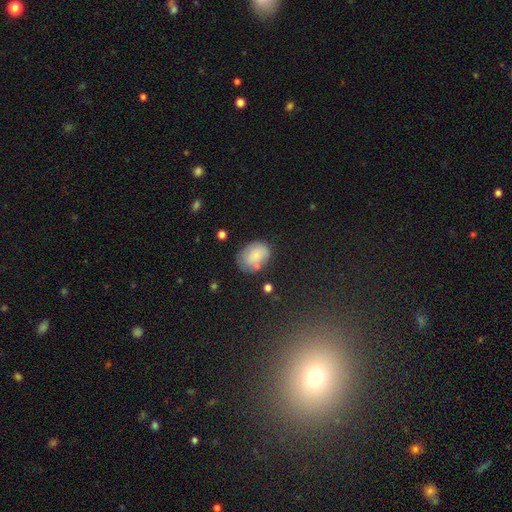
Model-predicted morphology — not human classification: Smooth or featured? smooth (73%)
How rounded? in between (72%)
Merging? none (58%)